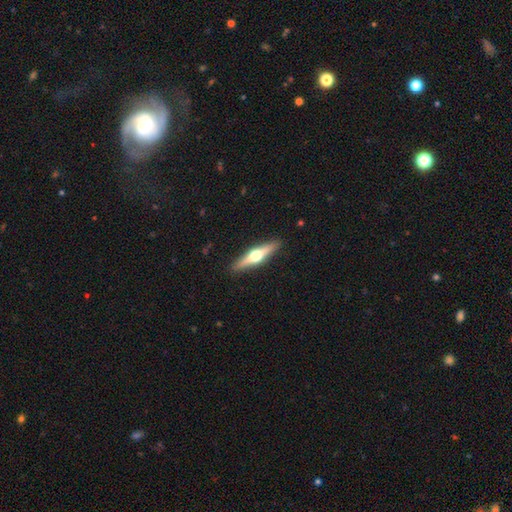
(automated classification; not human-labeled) Q: Smooth or featured?
A: featured or disk (67%); runner-up: smooth (27%)
Q: Edge-on disk?
A: yes (97%); runner-up: no (3%)
Q: Edge-on bulge?
A: rounded (96%); runner-up: boxy (2%)
Q: Merging?
A: none (91%); runner-up: minor disturbance (6%)